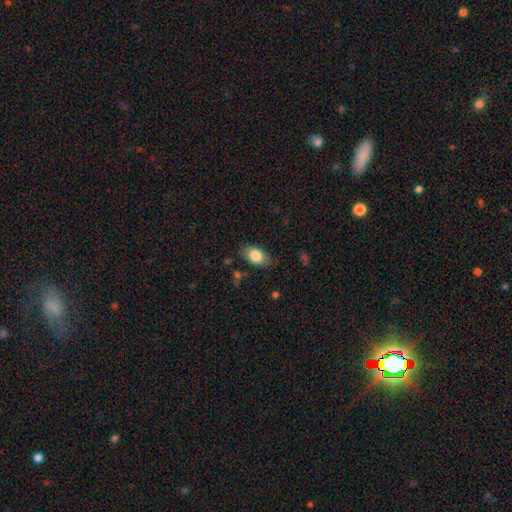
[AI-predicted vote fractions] A smooth galaxy with no disk features (81%) that is in between round and cigar-shaped (89%).

Vote fractions:
- Smooth or featured? smooth: 81% / featured or disk: 12% / star or artifact: 7%
- How rounded? in between: 89% / round: 9% / cigar-shaped: 2%
- Merging? none: 78% / minor disturbance: 17% / major disturbance: 4% / merger: 2%